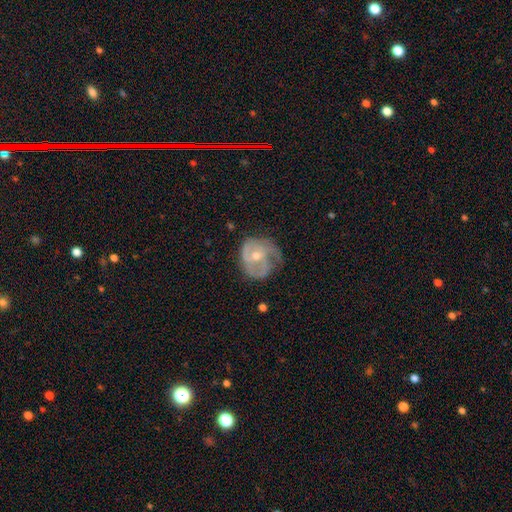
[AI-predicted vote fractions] Smooth or featured? Predicted: featured or disk (p=0.68). Edge-on disk? Predicted: no (p=0.97). Bar? Predicted: no (p=0.71). Spiral arms? Predicted: yes (p=0.79). Spiral winding? Predicted: tight (p=0.41). Spiral arm count? Predicted: 2 (p=0.35). Bulge size? Predicted: moderate (p=0.60). Merging? Predicted: none (p=0.46).